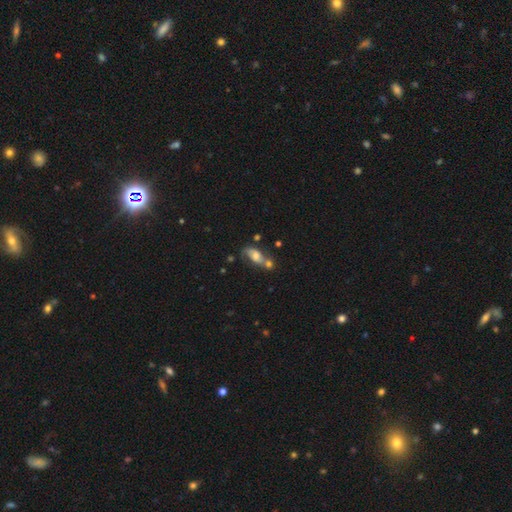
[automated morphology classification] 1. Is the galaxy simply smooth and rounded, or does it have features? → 57% featured or disk, 34% smooth, 9% star or artifact.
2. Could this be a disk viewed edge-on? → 92% no, 8% yes.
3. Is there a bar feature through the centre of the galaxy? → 66% no, 26% weak, 8% strong.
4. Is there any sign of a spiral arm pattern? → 78% yes, 22% no.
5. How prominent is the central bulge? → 54% moderate, 20% small, 19% large, 5% none, 2% dominant.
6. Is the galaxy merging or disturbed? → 39% merger, 33% none, 16% minor disturbance, 12% major disturbance.